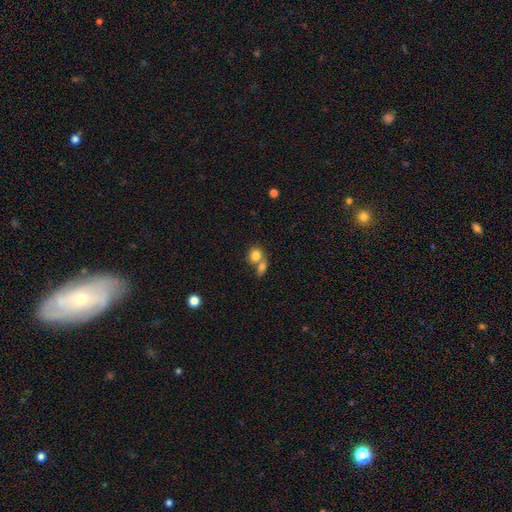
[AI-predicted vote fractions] This appears to be a smooth galaxy with no disk features (82%) that is round (68%). Merging: merger (54%).